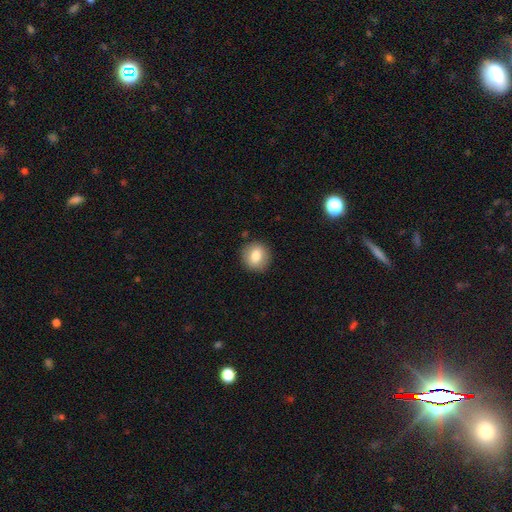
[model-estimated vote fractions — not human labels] Smooth or featured? Predicted: smooth (p=0.79). How rounded? Predicted: round (p=0.85). Merging? Predicted: none (p=0.89).